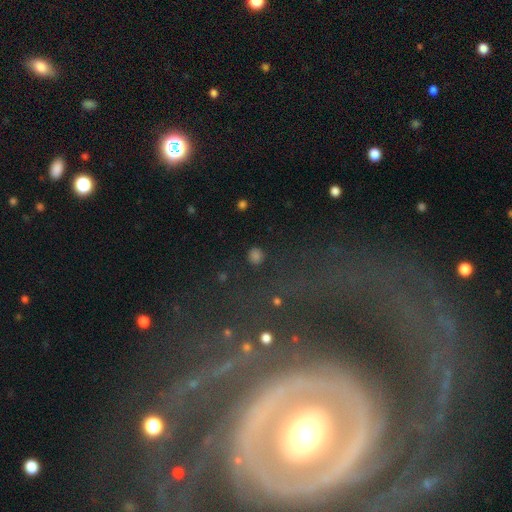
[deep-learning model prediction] Smooth or featured?
  - smooth: 77% *
  - star or artifact: 18%
  - featured or disk: 5%
How rounded?
  - round: 85% *
  - in between: 14%
  - cigar-shaped: 1%
Merging?
  - none: 89% *
  - minor disturbance: 7%
  - major disturbance: 3%
  - merger: 2%